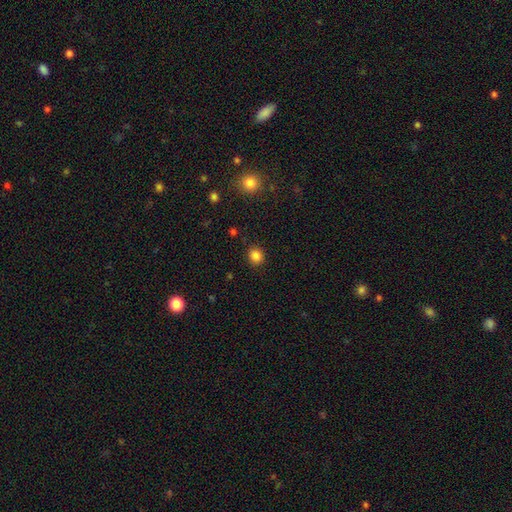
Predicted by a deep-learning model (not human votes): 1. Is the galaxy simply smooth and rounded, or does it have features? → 85% smooth, 12% star or artifact, 4% featured or disk.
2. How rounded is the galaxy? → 81% round, 18% in between, 1% cigar-shaped.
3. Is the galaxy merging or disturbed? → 89% none, 8% minor disturbance, 2% major disturbance, 1% merger.